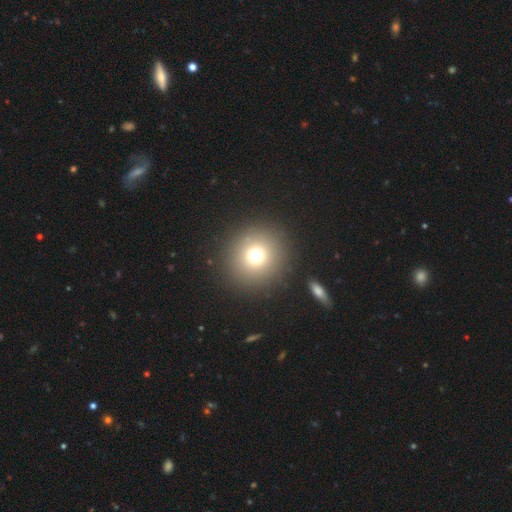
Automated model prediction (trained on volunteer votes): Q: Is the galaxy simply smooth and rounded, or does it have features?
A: smooth — 72%.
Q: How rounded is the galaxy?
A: round — 94%.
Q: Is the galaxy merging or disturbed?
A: none — 89%.